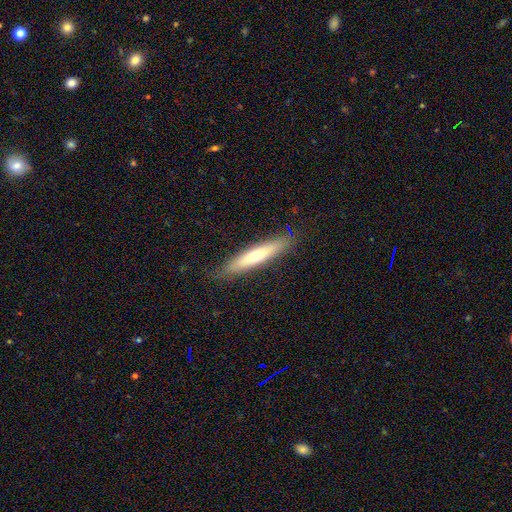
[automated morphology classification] Smooth or featured? smooth (58%)
How rounded? cigar-shaped (89%)
Merging? none (87%)